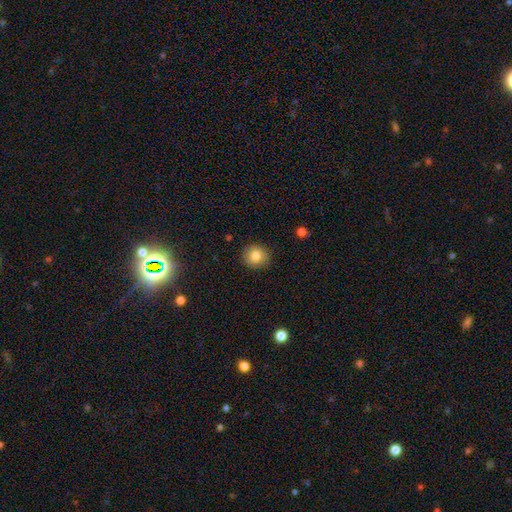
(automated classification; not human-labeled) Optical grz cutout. It shows a smooth galaxy with no disk features (83%) that is round (88%). Merging: none (89%).